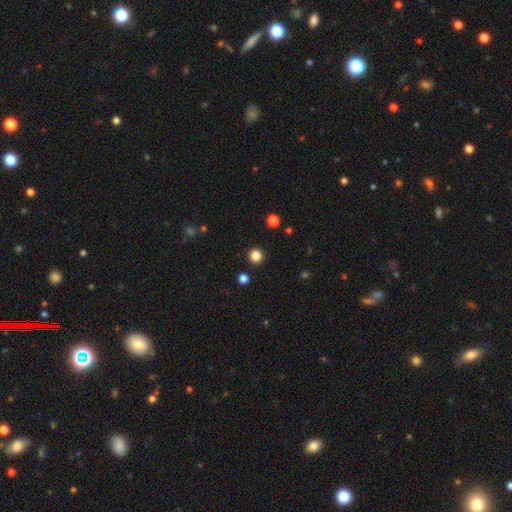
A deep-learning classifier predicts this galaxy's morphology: Smooth or featured? Predicted: smooth (p=0.84). How rounded? Predicted: round (p=0.96). Merging? Predicted: none (p=0.93).